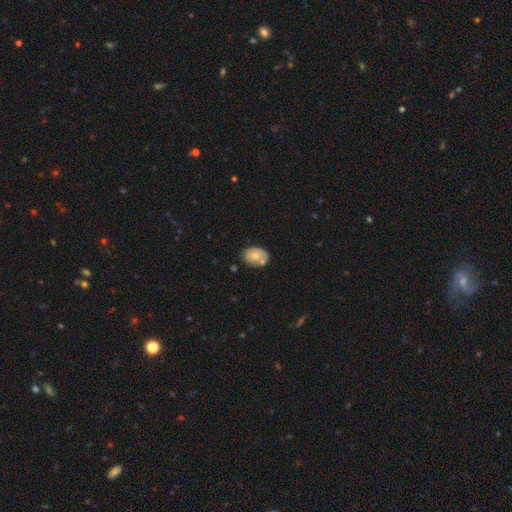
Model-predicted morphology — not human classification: Q: Smooth or featured?
A: smooth (70%); runner-up: featured or disk (23%)
Q: How rounded?
A: in between (74%); runner-up: round (25%)
Q: Merging?
A: none (59%); runner-up: minor disturbance (24%)